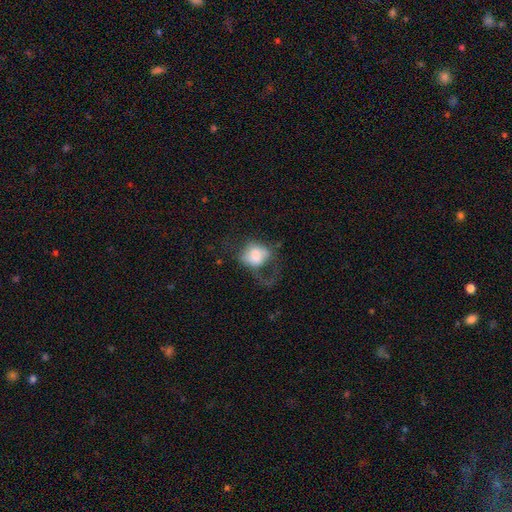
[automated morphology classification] A smooth galaxy with no disk features (67%) that is round (50%).

Vote fractions:
- Smooth or featured? smooth: 67% / featured or disk: 25% / star or artifact: 8%
- How rounded? round: 50% / in between: 49% / cigar-shaped: 1%
- Merging? major disturbance: 53% / none: 24% / minor disturbance: 20% / merger: 4%